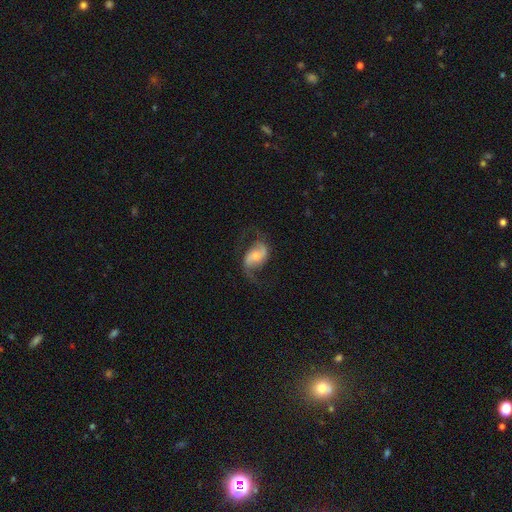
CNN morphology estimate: Smooth or featured?
  - featured or disk: 78% *
  - smooth: 16%
  - star or artifact: 6%
Edge-on disk?
  - no: 97% *
  - yes: 3%
Bar?
  - no: 43% *
  - weak: 40%
  - strong: 17%
Spiral arms?
  - yes: 93% *
  - no: 7%
Spiral winding?
  - loose: 61% *
  - medium: 32%
  - tight: 7%
Spiral arm count?
  - 2: 90% *
  - can't tell: 3%
  - 1: 3%
  - 3: 1%
  - 4: 1%
  - more than 4: 1%
Bulge size?
  - moderate: 52% *
  - small: 35%
  - large: 8%
  - none: 3%
  - dominant: 2%
Merging?
  - none: 67% *
  - minor disturbance: 17%
  - major disturbance: 15%
  - merger: 1%